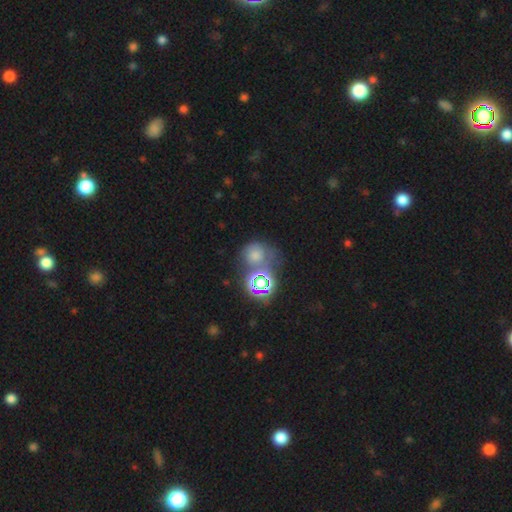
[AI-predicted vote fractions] Morphology: type=smooth (49%); merging=none (51%).